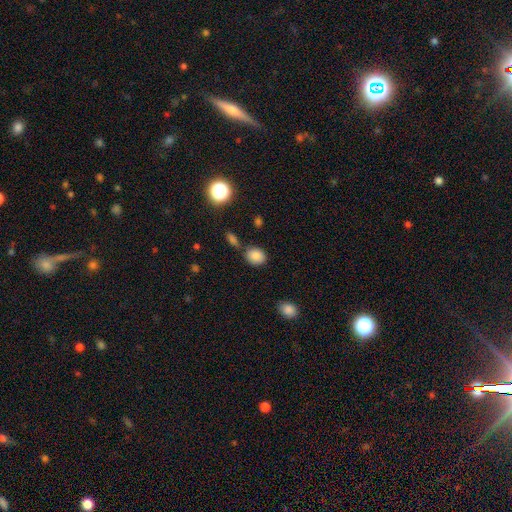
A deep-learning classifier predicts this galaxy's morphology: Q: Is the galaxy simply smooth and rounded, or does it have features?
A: smooth — 85%.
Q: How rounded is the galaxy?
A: round — 58%.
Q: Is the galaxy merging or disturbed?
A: none — 70%.